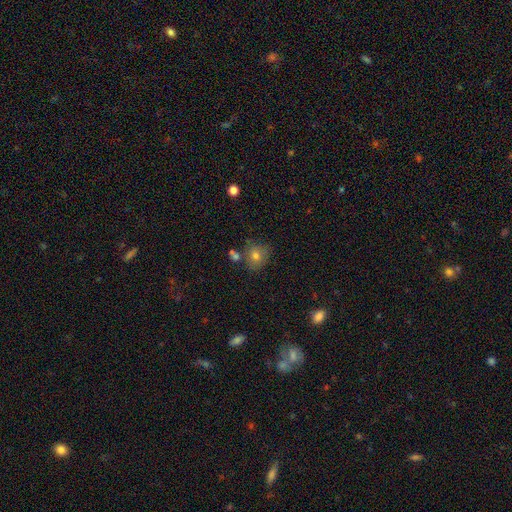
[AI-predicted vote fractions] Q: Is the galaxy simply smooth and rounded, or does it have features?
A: smooth — 75%.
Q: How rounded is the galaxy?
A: round — 73%.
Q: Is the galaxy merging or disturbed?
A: none — 68%.